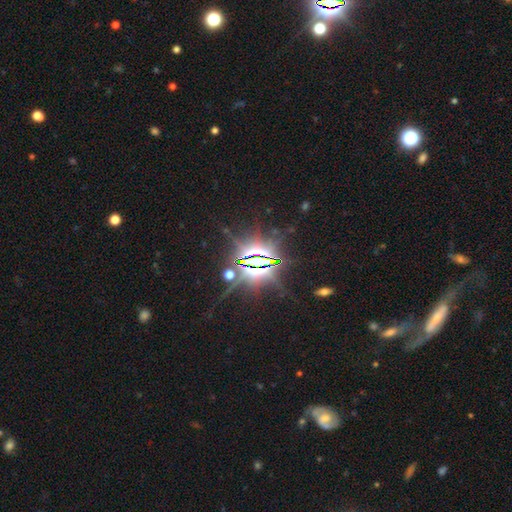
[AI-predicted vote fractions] Morphology: type=star or artifact (85%).